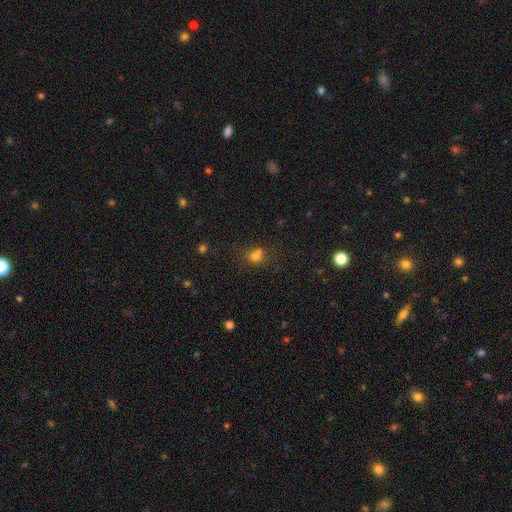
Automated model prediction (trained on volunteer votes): A smooth galaxy with no disk features (73%) that is round (79%).

Vote fractions:
- Smooth or featured? smooth: 73% / star or artifact: 18% / featured or disk: 9%
- How rounded? round: 79% / in between: 20% / cigar-shaped: 1%
- Merging? none: 57% / merger: 27% / minor disturbance: 12% / major disturbance: 4%